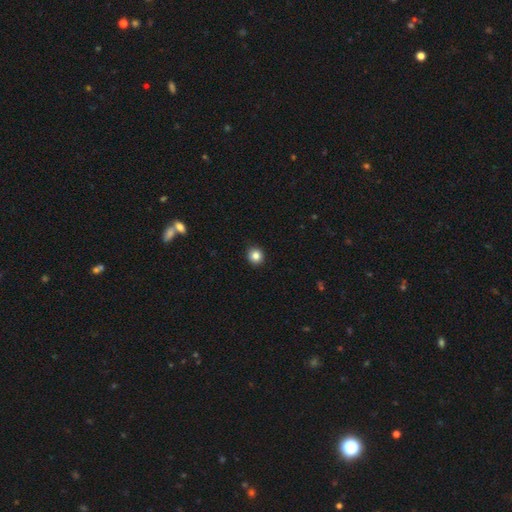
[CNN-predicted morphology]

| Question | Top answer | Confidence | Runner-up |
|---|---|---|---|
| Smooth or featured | smooth | 84% | star or artifact (11%) |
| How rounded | round | 90% | in between (9%) |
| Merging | none | 92% | minor disturbance (6%) |